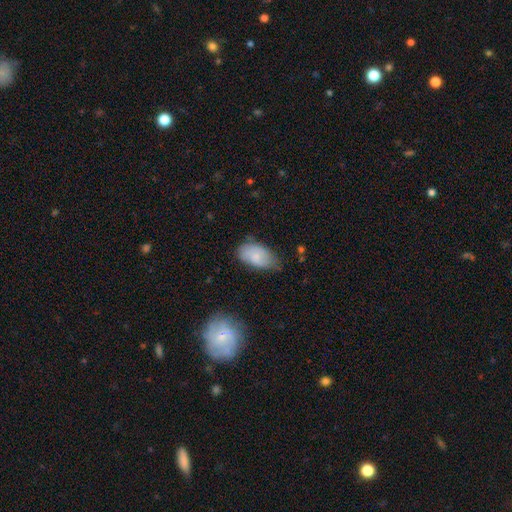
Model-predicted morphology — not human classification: Smooth or featured: smooth — 74% (featured or disk — 19%)
How rounded: in between — 93% (round — 5%)
Merging: none — 57% (minor disturbance — 33%)